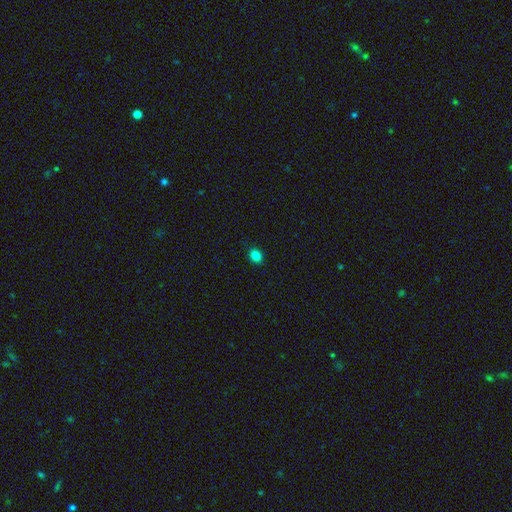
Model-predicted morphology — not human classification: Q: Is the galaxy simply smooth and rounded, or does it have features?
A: smooth — 84%.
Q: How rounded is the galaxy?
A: round — 52%.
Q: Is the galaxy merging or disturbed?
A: none — 89%.